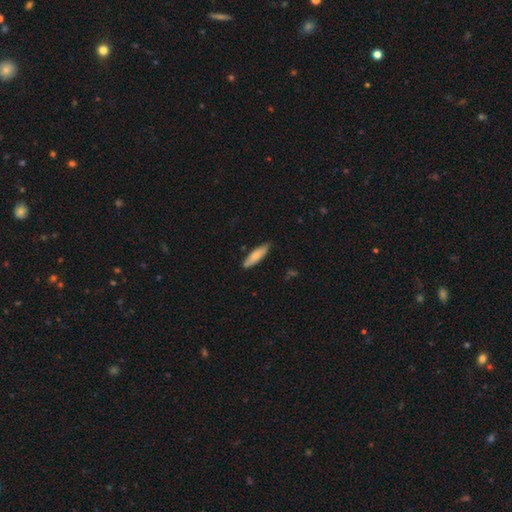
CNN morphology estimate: smooth 75%, featured or disk 19%, star or artifact 6%. Down the decision tree: how rounded — cigar-shaped (68%); merging — none (82%).